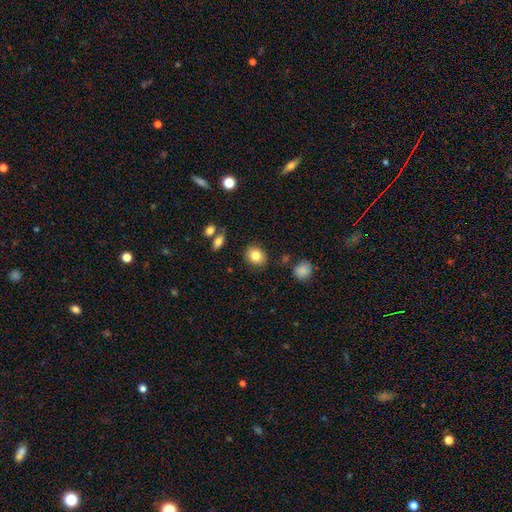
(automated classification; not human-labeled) This is clearly a smooth galaxy (82%). How rounded: likely round (60%). Merging: clearly none (86%).